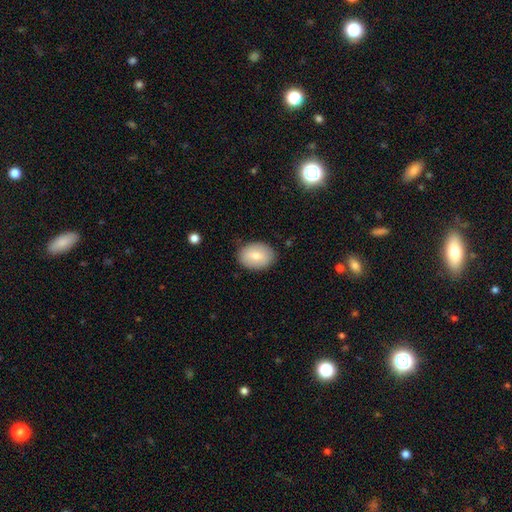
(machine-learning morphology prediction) Overall: smooth (76%). How rounded: in between (78%). Merging: none (85%).